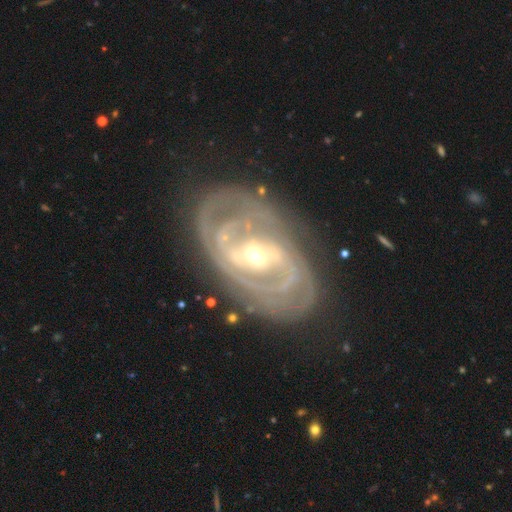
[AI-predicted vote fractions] smooth_or_featured: featured or disk (p=0.89) [alt: smooth p=0.06]
disk_edge_on: no (p=0.96) [alt: yes p=0.04]
bar: strong (p=0.39) [alt: weak p=0.36]
has_spiral_arms: yes (p=0.92) [alt: no p=0.08]
spiral_winding: tight (p=0.63) [alt: medium p=0.30]
spiral_arm_count: 2 (p=0.47) [alt: can't tell p=0.21]
bulge_size: small (p=0.51) [alt: moderate p=0.45]
merging: none (p=0.71) [alt: minor disturbance p=0.17]